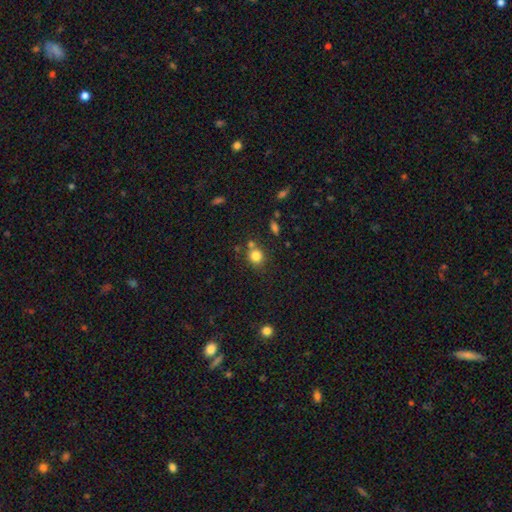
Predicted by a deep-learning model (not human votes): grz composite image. It shows a smooth galaxy with no disk features (81%) that is round (81%). Merging: none (68%).